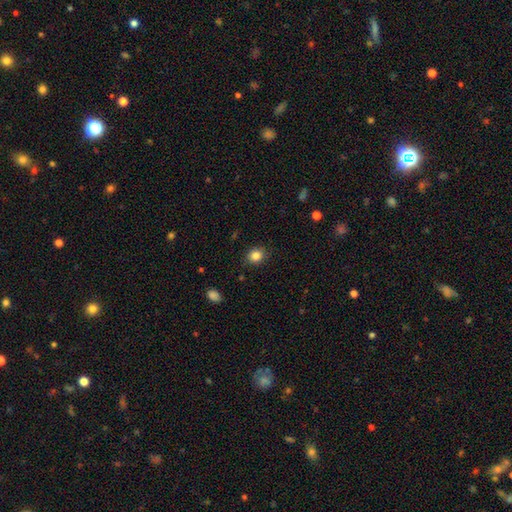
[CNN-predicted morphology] Smooth or featured? smooth (84%)
How rounded? round (64%)
Merging? none (86%)